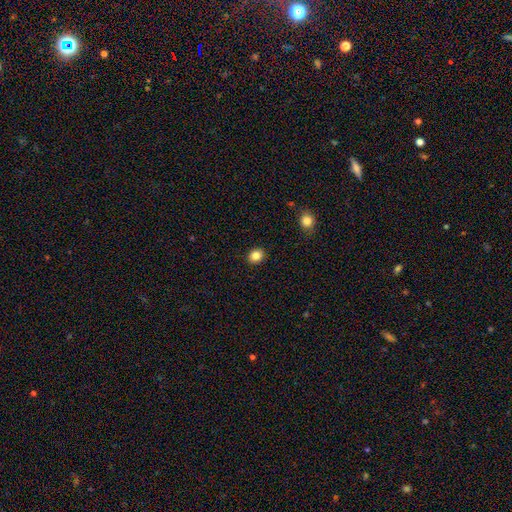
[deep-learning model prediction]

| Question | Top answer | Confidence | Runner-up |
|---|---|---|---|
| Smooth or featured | smooth | 85% | star or artifact (10%) |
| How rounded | round | 59% | in between (40%) |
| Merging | none | 91% | minor disturbance (6%) |